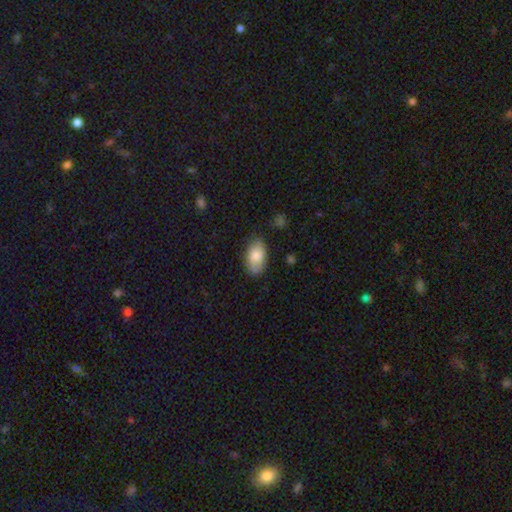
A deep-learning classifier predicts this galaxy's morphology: This is clearly a smooth galaxy (80%). How rounded: clearly in between (94%). Merging: likely none (77%).